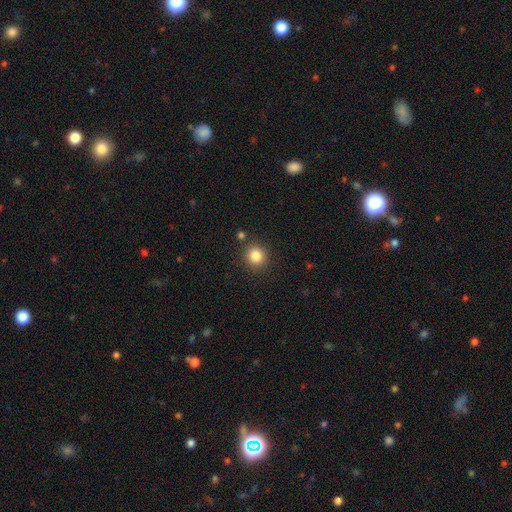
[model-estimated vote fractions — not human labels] A smooth galaxy with no disk features (84%) that is round (88%).

Vote fractions:
- Smooth or featured? smooth: 84% / star or artifact: 11% / featured or disk: 5%
- How rounded? round: 88% / in between: 11% / cigar-shaped: 1%
- Merging? none: 85% / minor disturbance: 8% / merger: 4% / major disturbance: 3%